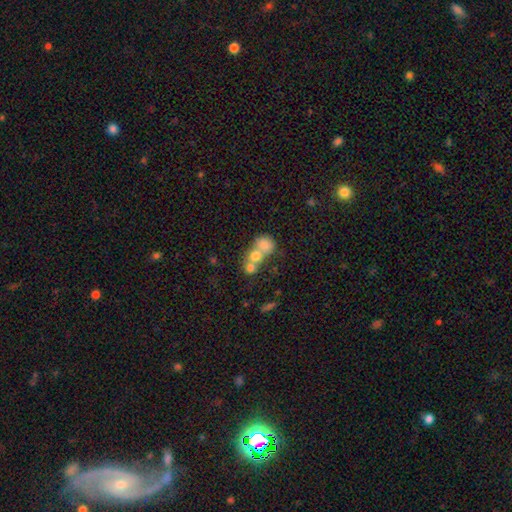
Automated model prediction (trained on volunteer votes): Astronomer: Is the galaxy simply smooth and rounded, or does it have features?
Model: smooth — 70%.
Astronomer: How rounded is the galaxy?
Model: round — 71%.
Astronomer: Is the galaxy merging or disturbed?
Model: merger — 69%.